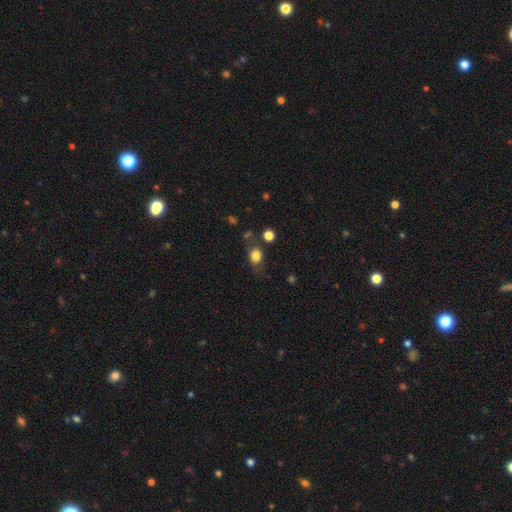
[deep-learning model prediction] Smooth or featured? Predicted: smooth (p=0.80). How rounded? Predicted: in between (p=0.56). Merging? Predicted: none (p=0.67).